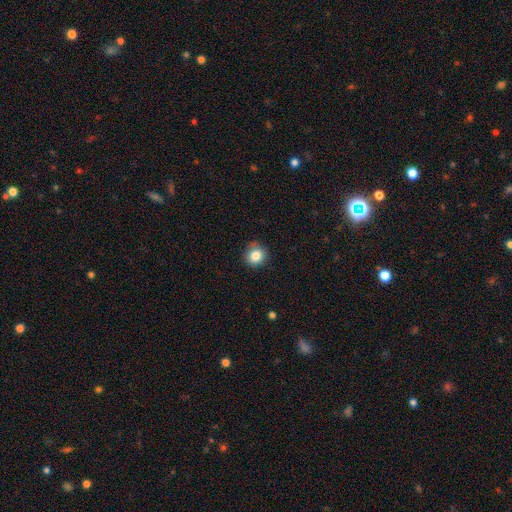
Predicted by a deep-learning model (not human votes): A smooth galaxy with no disk features (83%) that is round (89%).

Vote fractions:
- Smooth or featured? smooth: 83% / star or artifact: 10% / featured or disk: 6%
- How rounded? round: 89% / in between: 10% / cigar-shaped: 1%
- Merging? none: 83% / minor disturbance: 14% / major disturbance: 3% / merger: 1%